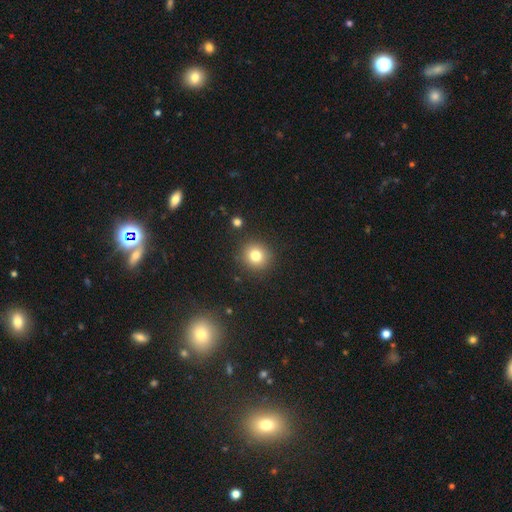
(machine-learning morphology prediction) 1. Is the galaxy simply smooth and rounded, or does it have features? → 80% smooth, 12% star or artifact, 8% featured or disk.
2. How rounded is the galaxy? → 90% round, 9% in between, 1% cigar-shaped.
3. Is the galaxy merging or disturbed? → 89% none, 7% minor disturbance, 3% major disturbance, 2% merger.